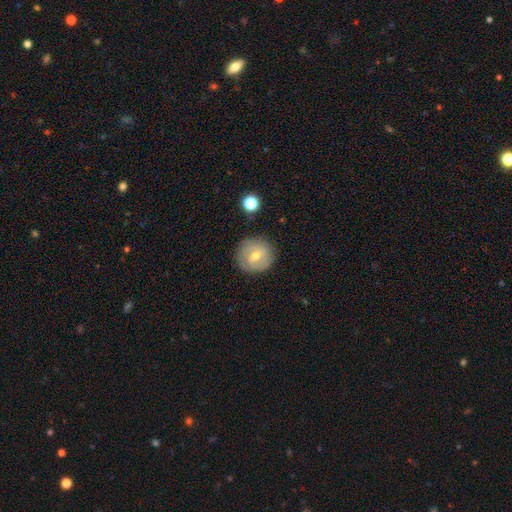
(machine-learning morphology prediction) A featured or disk galaxy (64%) with a weak bar (49%), 2 (52%) tight (58%) spiral arms (82%) and a moderate central bulge (51%). Merging: none (84%).